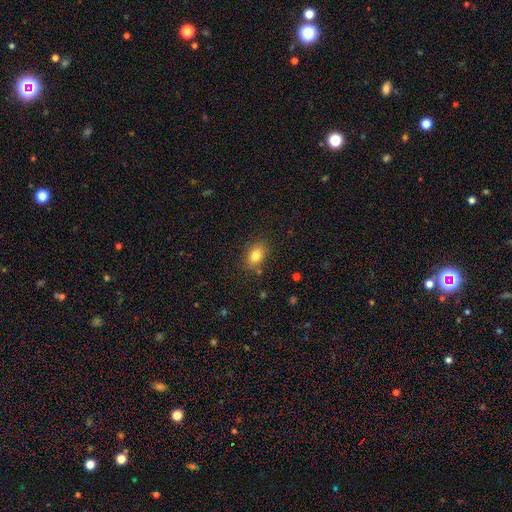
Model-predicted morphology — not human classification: smooth-or-featured: smooth: 82% | star or artifact: 10% | featured or disk: 8%
  how-rounded: in between: 75% | round: 24% | cigar-shaped: 1%
  merging: none: 83% | minor disturbance: 12% | major disturbance: 3% | merger: 2%